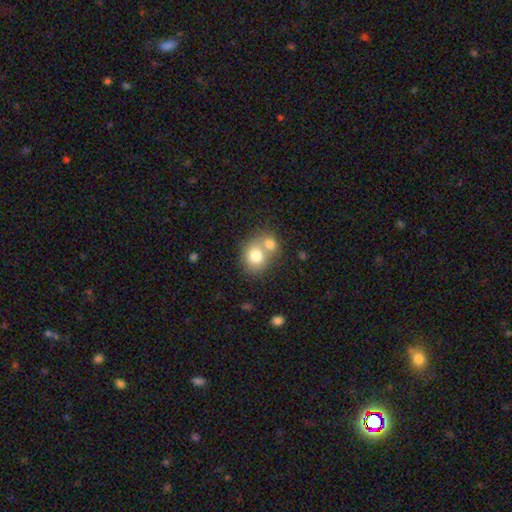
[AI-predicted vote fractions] Overall: smooth (76%). How rounded: round (67%; in between 32%). Merging: merger (57%; none 32%).